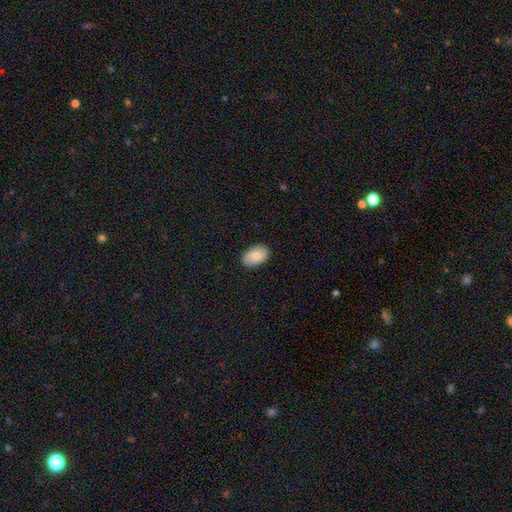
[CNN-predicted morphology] smooth_or_featured: smooth (p=0.84) [alt: featured or disk p=0.10]
how_rounded: in between (p=0.90) [alt: round p=0.09]
merging: none (p=0.87) [alt: minor disturbance p=0.10]